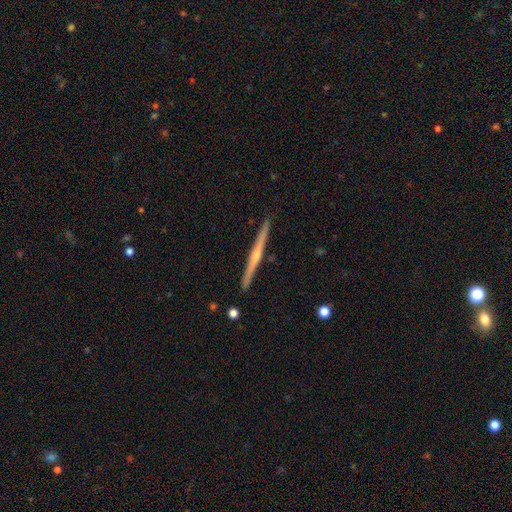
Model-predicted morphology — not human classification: smooth_or_featured: featured or disk (p=0.79) [alt: smooth p=0.14]
disk_edge_on: yes (p=0.98) [alt: no p=0.02]
edge_on_bulge: rounded (p=0.78) [alt: none p=0.16]
merging: none (p=0.89) [alt: minor disturbance p=0.08]